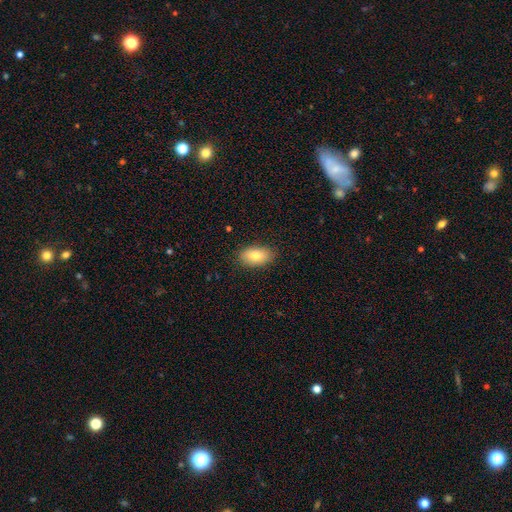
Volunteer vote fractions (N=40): Smooth or featured?
  - smooth: 80% *
  - star or artifact: 12%
  - featured or disk: 8%
How rounded?
  - in between: 94% *
  - round: 6%
  - cigar-shaped: 0%
Merging?
  - none: 91% *
  - minor disturbance: 6%
  - merger: 3%
  - major disturbance: 0%